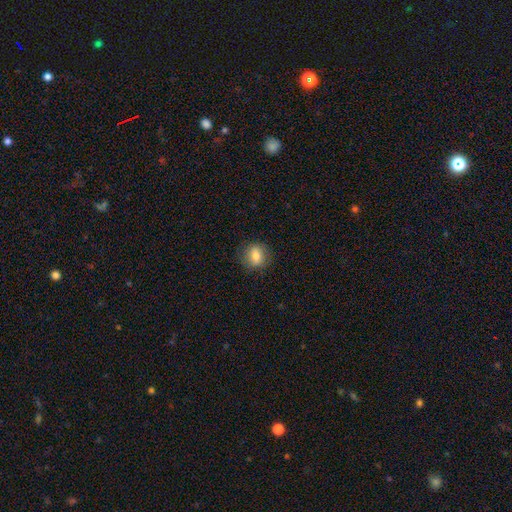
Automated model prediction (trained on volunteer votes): This appears to be a smooth galaxy with no disk features (77%) that is round (70%). Merging: none (85%).